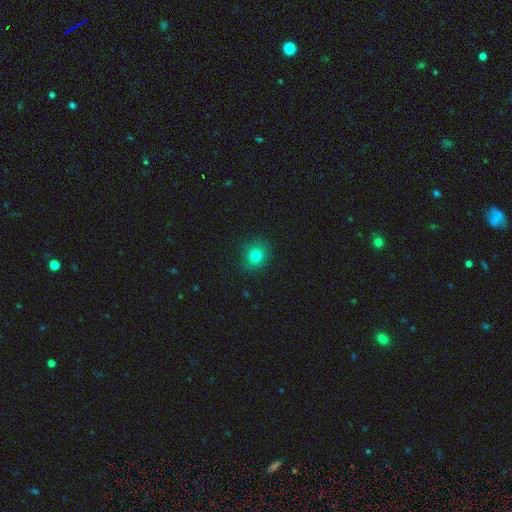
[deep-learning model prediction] Smooth or featured? smooth (79%)
How rounded? round (78%)
Merging? none (89%)